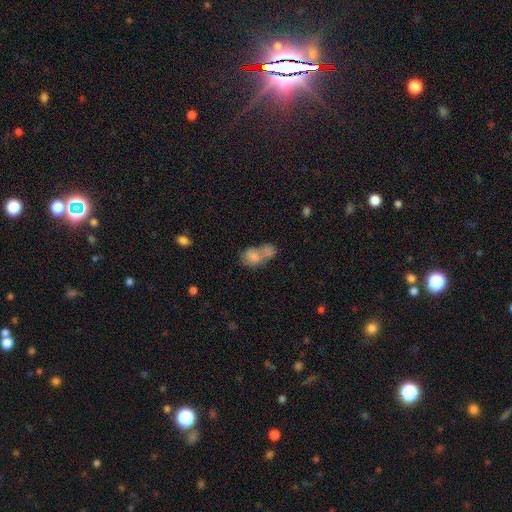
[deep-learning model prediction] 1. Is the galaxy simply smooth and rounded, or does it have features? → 65% smooth, 23% featured or disk, 12% star or artifact.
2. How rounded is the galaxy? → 81% in between, 15% round, 3% cigar-shaped.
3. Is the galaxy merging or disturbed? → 54% merger, 20% none, 13% major disturbance, 13% minor disturbance.